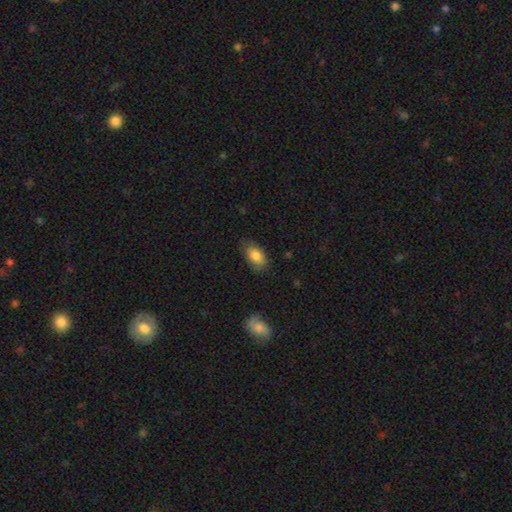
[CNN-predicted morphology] Smooth or featured?
  - smooth: 84% *
  - featured or disk: 9%
  - star or artifact: 7%
How rounded?
  - in between: 89% *
  - round: 8%
  - cigar-shaped: 3%
Merging?
  - none: 76% *
  - minor disturbance: 18%
  - major disturbance: 4%
  - merger: 1%